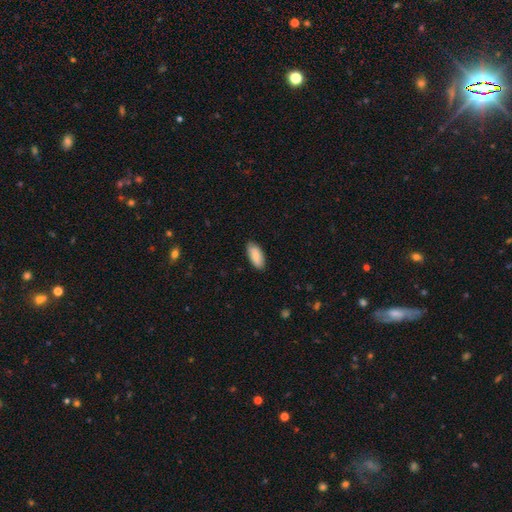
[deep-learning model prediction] smooth 86%, featured or disk 8%, star or artifact 6%. Down the decision tree: how rounded — in between (88%); merging — none (85%).